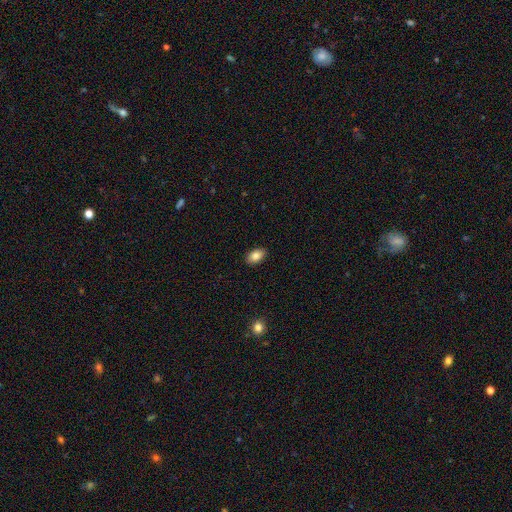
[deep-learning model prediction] Smooth or featured? Predicted: smooth (p=0.86). How rounded? Predicted: in between (p=0.90). Merging? Predicted: none (p=0.89).